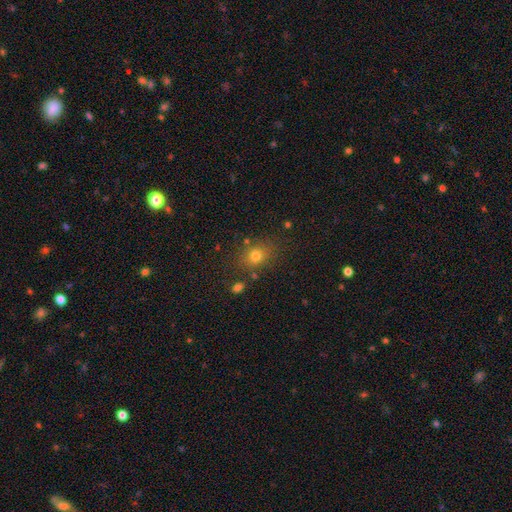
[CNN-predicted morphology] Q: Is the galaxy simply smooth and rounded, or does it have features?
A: smooth — 74%.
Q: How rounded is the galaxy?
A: round — 50%.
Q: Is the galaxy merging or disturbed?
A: none — 78%.